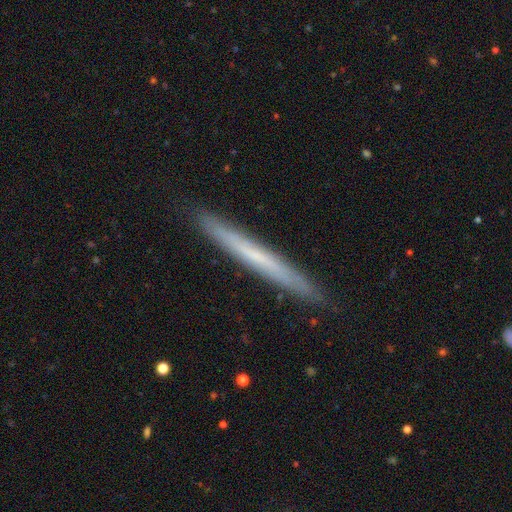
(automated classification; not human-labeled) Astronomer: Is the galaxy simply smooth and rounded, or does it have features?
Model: featured or disk — 48% (runner-up: smooth, 46%).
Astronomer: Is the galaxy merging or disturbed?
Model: none — 90%.